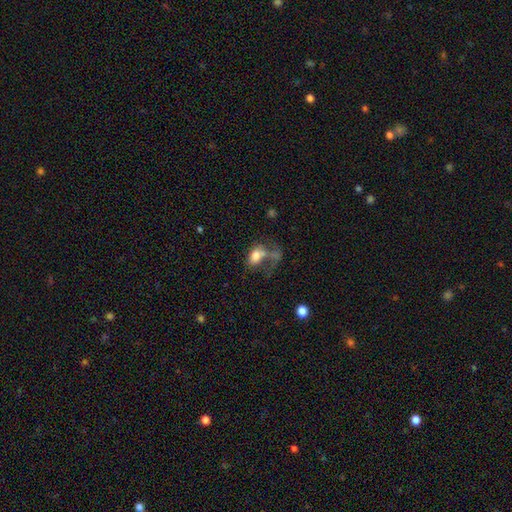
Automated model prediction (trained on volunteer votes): smooth_or_featured: smooth (p=0.70) [alt: featured or disk p=0.20]
how_rounded: in between (p=0.78) [alt: round p=0.20]
merging: merger (p=0.38) [alt: major disturbance p=0.29]